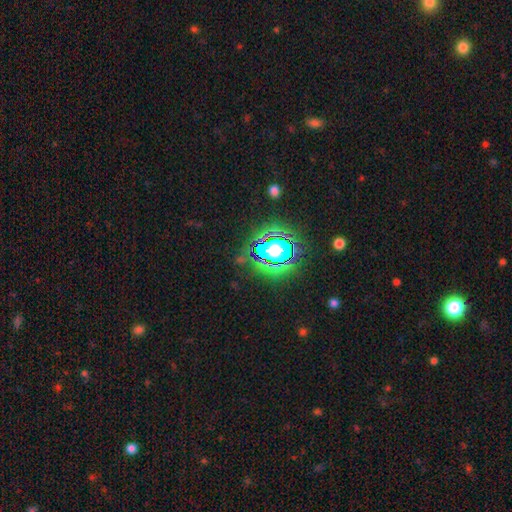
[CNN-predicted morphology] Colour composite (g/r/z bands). It shows a star or artifact, not a galaxy (80%).